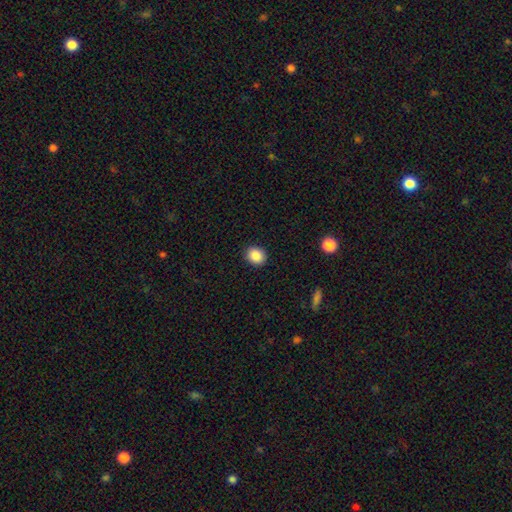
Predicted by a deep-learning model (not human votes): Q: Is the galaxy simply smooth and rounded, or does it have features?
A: smooth — 88%.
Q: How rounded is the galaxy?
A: round — 65%.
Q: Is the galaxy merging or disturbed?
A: none — 91%.